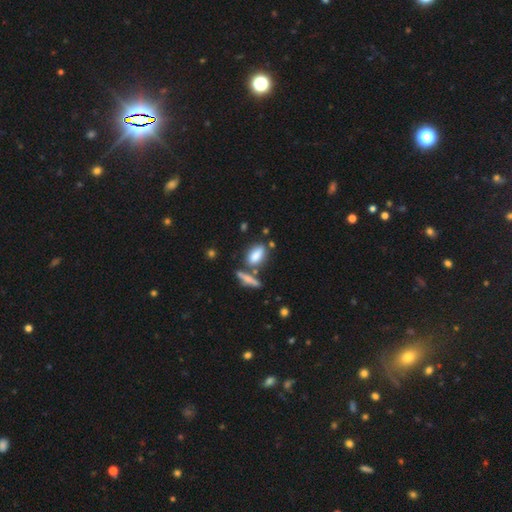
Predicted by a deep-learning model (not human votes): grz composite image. It shows a smooth galaxy with no disk features (78%) that is in between round and cigar-shaped (76%). Merging: none (64%).